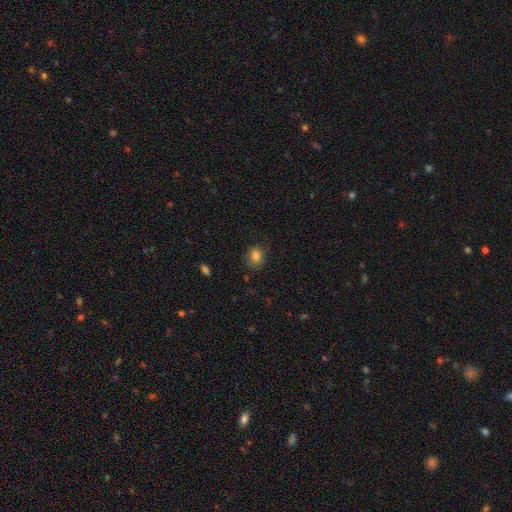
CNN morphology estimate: Smooth or featured: smooth — 83% (star or artifact — 11%)
How rounded: round — 60% (in between — 39%)
Merging: none — 82% (minor disturbance — 14%)